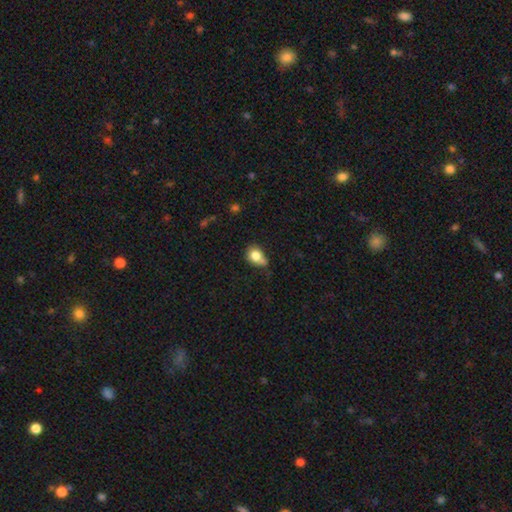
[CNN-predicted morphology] Smooth or featured? Predicted: smooth (p=0.79). How rounded? Predicted: round (p=0.49, tied with in between). Merging? Predicted: none (p=0.39).